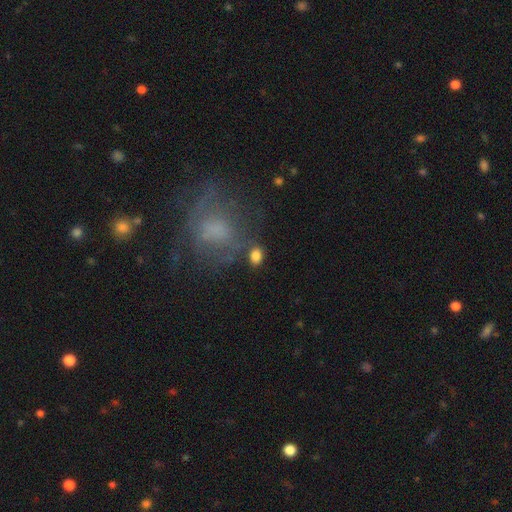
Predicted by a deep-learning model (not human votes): A smooth galaxy with no disk features (83%) that is in between round and cigar-shaped (66%). Merging: none (73%).